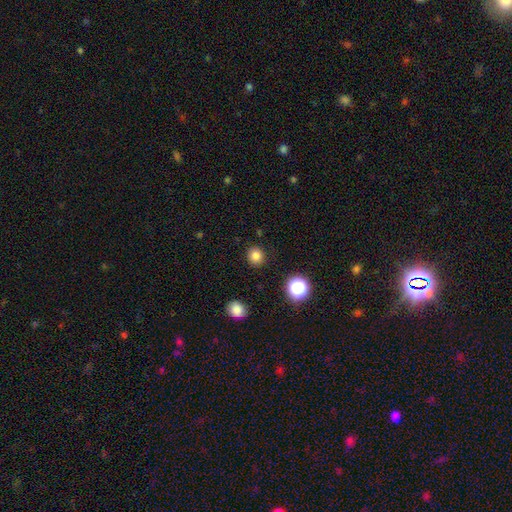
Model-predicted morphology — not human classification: Q: Smooth or featured?
A: smooth (81%); runner-up: star or artifact (13%)
Q: How rounded?
A: round (88%); runner-up: in between (11%)
Q: Merging?
A: none (90%); runner-up: minor disturbance (6%)